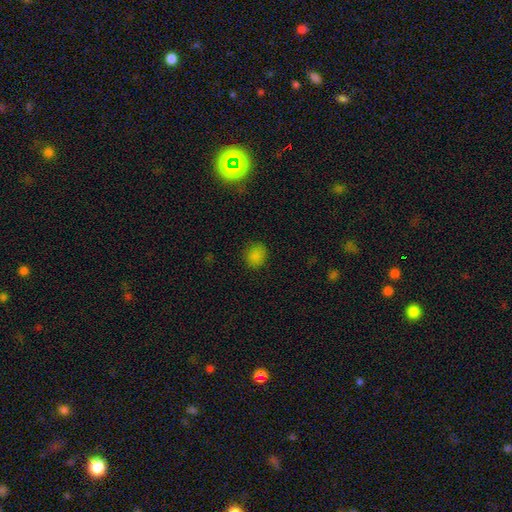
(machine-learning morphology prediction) Overall: smooth (82%). How rounded: round (75%). Merging: none (86%).